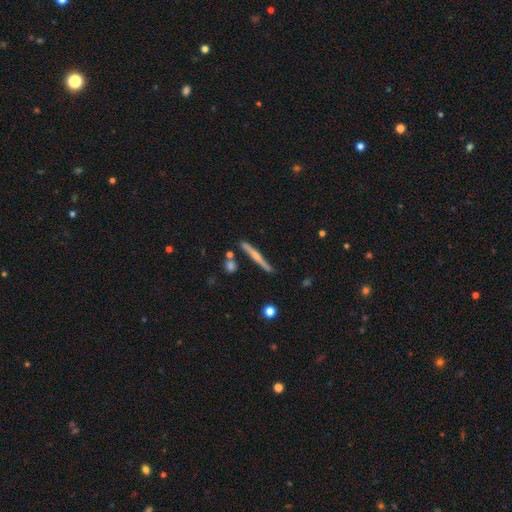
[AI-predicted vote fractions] smooth_or_featured: featured or disk (p=0.52) [alt: smooth p=0.42]
disk_edge_on: yes (p=0.97) [alt: no p=0.03]
edge_on_bulge: rounded (p=0.59) [alt: none p=0.34]
merging: none (p=0.83) [alt: minor disturbance p=0.10]